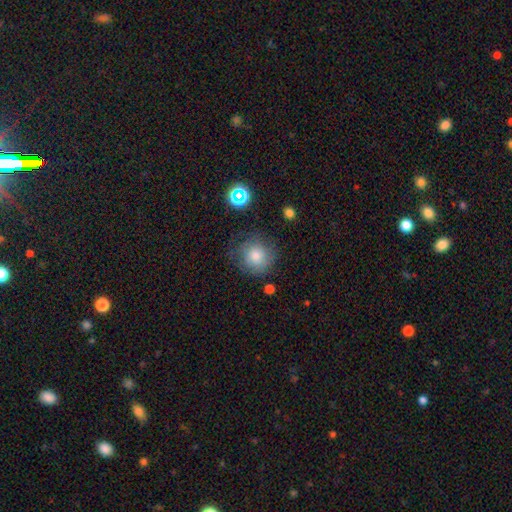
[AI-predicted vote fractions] This appears to be a smooth galaxy with no disk features (71%) that is round (91%). Merging: none (69%).